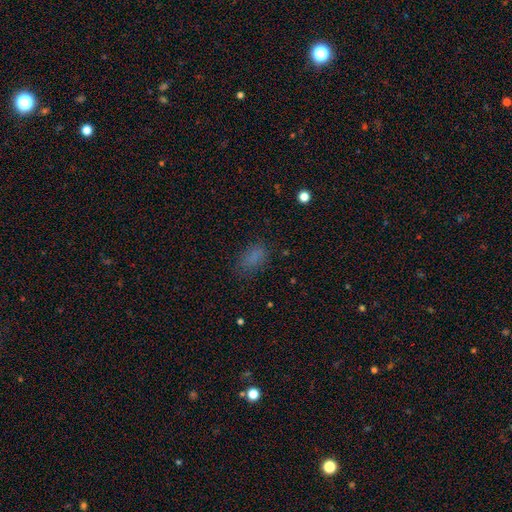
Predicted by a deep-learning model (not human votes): Smooth or featured? Predicted: smooth (p=0.78). How rounded? Predicted: in between (p=0.88). Merging? Predicted: none (p=0.74).